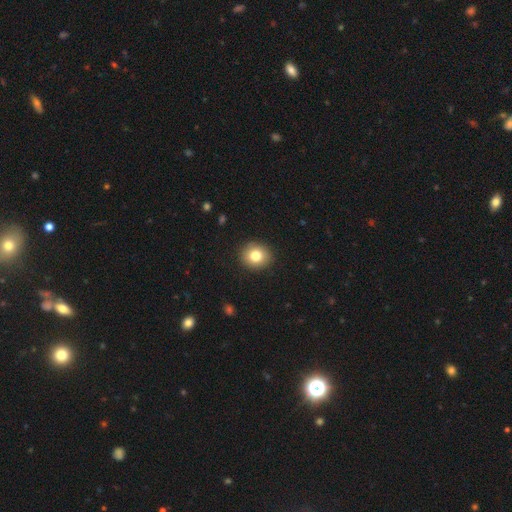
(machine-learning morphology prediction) type=smooth (80%); roundness=round (81%); merging=none (90%).